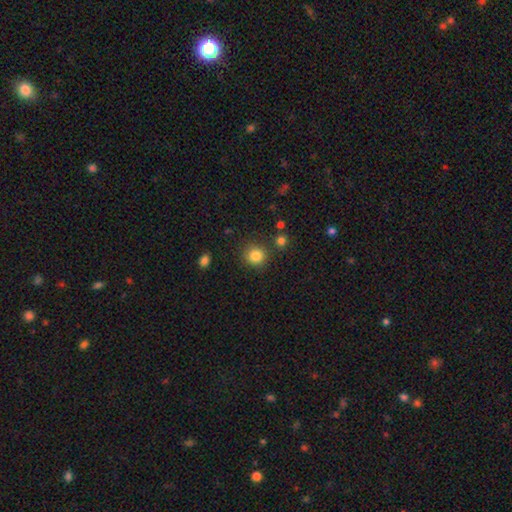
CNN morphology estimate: Overall: smooth (84%). How rounded: round (91%). Merging: none (85%).